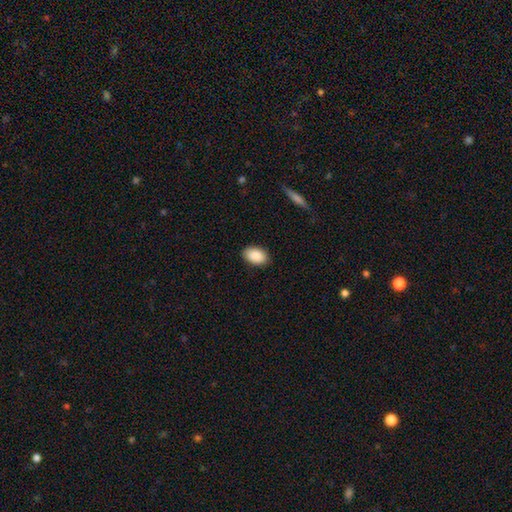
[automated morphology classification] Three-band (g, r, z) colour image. It shows a smooth galaxy with no disk features (90%) that is in between round and cigar-shaped (90%). Merging: none (88%).